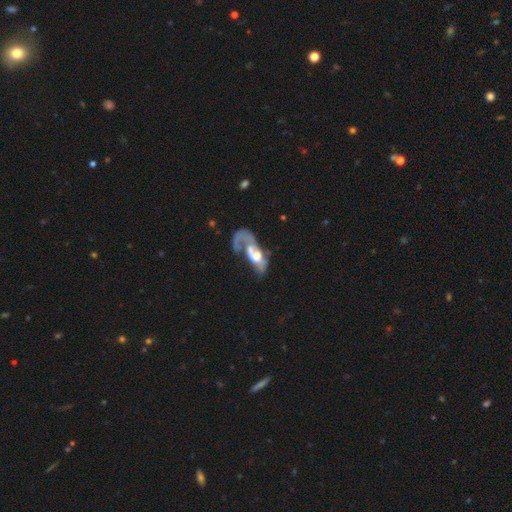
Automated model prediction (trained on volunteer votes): Overall: featured or disk (67%). Edge-on disk: no (93%). Bar: no (68%). Spiral arms: yes (59%; no 41%). Bulge size: moderate (54%; large 22%). Merging: major disturbance (44%; merger 31%).